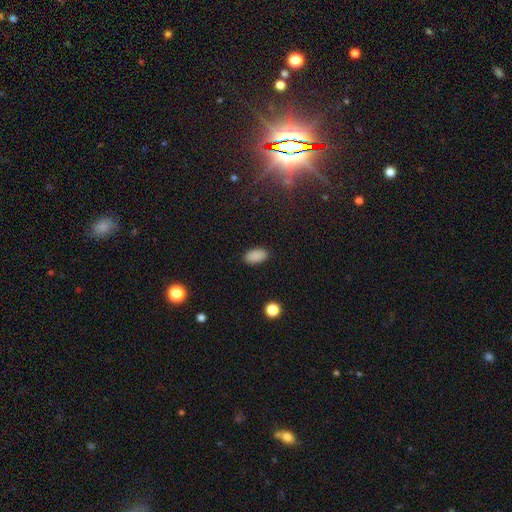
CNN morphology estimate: This is clearly a smooth galaxy (88%). How rounded: clearly in between (94%). Merging: clearly none (89%).